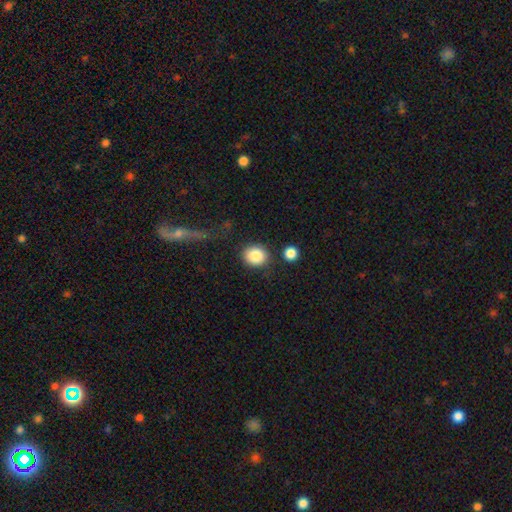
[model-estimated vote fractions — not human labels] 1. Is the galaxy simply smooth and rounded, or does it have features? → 86% smooth, 8% star or artifact, 6% featured or disk.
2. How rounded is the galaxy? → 76% round, 23% in between, 1% cigar-shaped.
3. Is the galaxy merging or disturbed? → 80% none, 10% minor disturbance, 6% merger, 4% major disturbance.